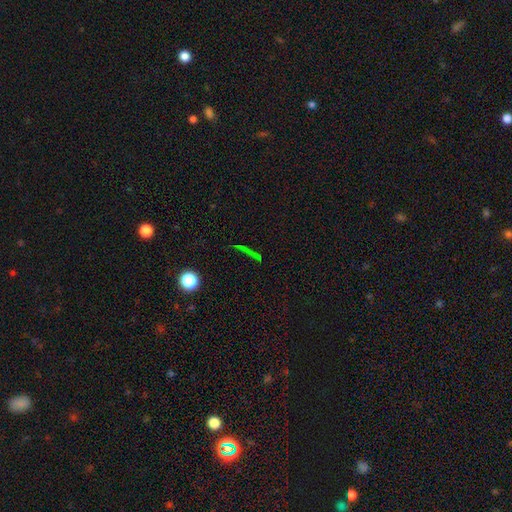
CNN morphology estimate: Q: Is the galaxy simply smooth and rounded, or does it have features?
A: star or artifact — 60%.